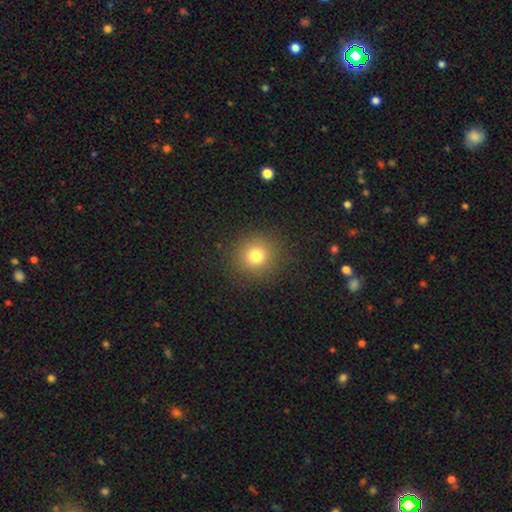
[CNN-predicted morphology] The model was most divided on "smooth or featured": smooth: 77%, star or artifact: 15%, featured or disk: 9%. More confident: how rounded — round (93%); merging — none (90%).